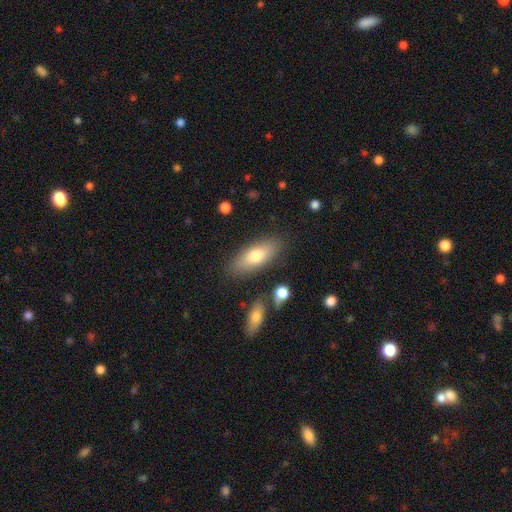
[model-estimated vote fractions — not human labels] The model was most divided on "smooth or featured": smooth: 72%, featured or disk: 21%, star or artifact: 7%. More confident: merging — none (82%); how rounded — in between (75%).